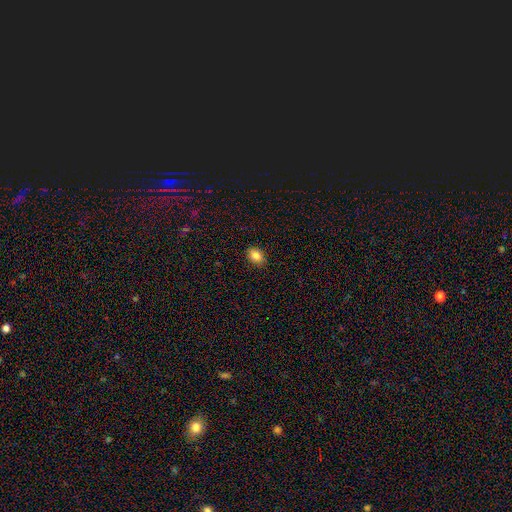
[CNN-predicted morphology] Q: Smooth or featured?
A: smooth (84%); runner-up: star or artifact (9%)
Q: How rounded?
A: in between (71%); runner-up: round (27%)
Q: Merging?
A: none (87%); runner-up: minor disturbance (10%)